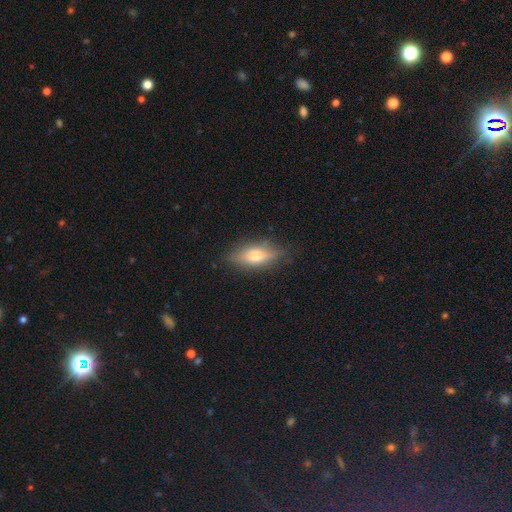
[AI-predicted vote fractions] Smooth or featured? smooth (59%)
How rounded? in between (67%)
Merging? none (82%)